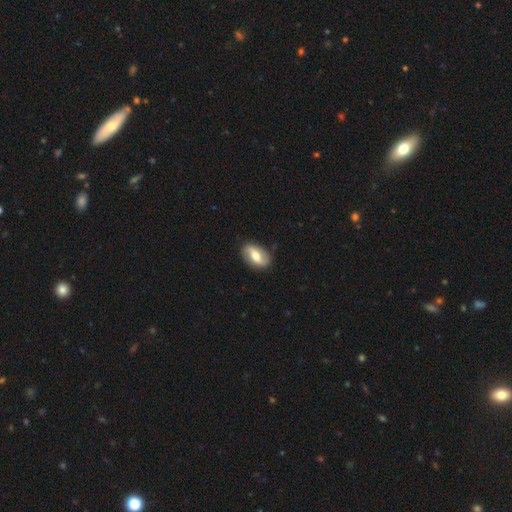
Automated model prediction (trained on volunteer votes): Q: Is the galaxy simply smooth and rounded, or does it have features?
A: featured or disk — 53%.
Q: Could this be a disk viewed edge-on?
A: no — 91%.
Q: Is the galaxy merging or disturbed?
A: none — 83%.